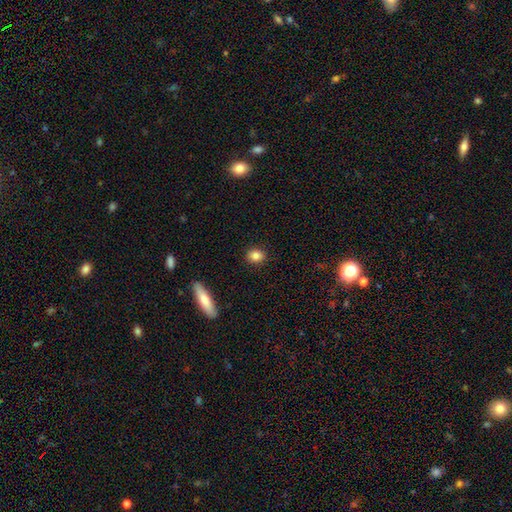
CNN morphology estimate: smooth-or-featured: smooth: 84% | star or artifact: 9% | featured or disk: 7%
  how-rounded: round: 54% | in between: 44% | cigar-shaped: 2%
  merging: none: 89% | minor disturbance: 7% | major disturbance: 2% | merger: 1%